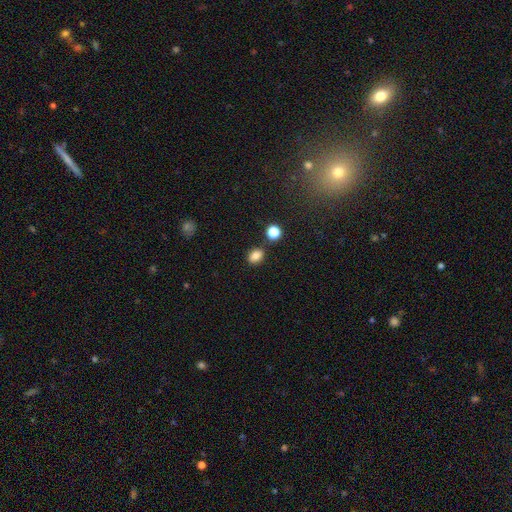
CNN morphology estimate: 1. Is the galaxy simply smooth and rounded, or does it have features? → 83% smooth, 12% star or artifact, 5% featured or disk.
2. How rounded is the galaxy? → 63% in between, 36% round, 1% cigar-shaped.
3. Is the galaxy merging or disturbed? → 77% none, 12% minor disturbance, 8% merger, 3% major disturbance.